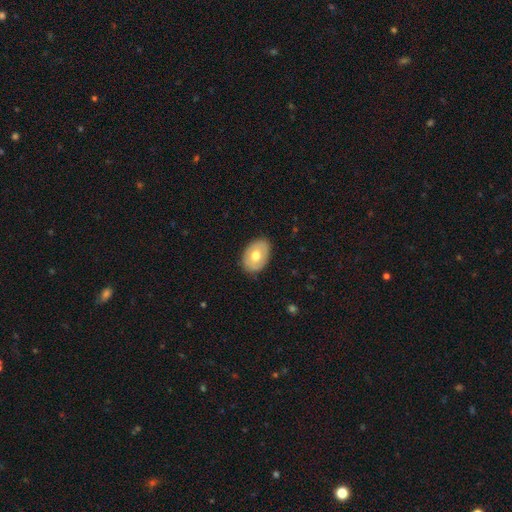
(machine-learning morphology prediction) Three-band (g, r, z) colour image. It shows a smooth galaxy with no disk features (61%) that is in between round and cigar-shaped (78%). Merging: none (85%).